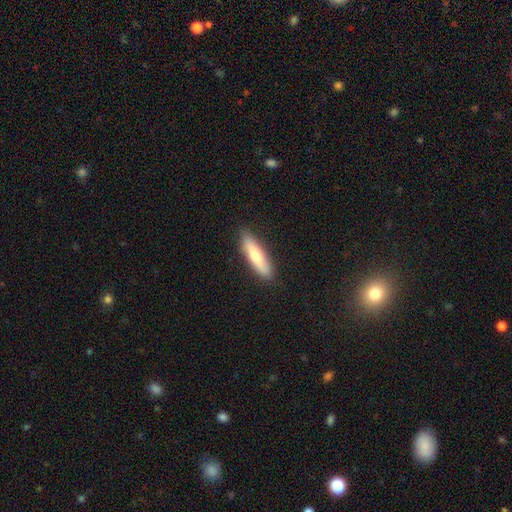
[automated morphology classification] A smooth galaxy with no disk features (65%) that is cigar-shaped (73%). Merging: none (89%).